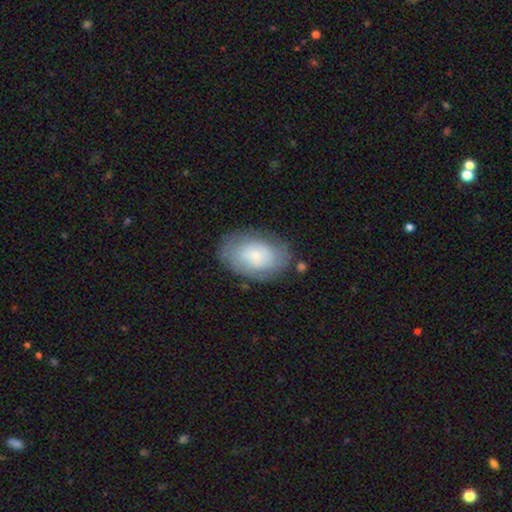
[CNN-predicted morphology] Smooth or featured: smooth — 52% (featured or disk — 41%)
How rounded: in between — 86% (round — 12%)
Merging: none — 73% (minor disturbance — 18%)